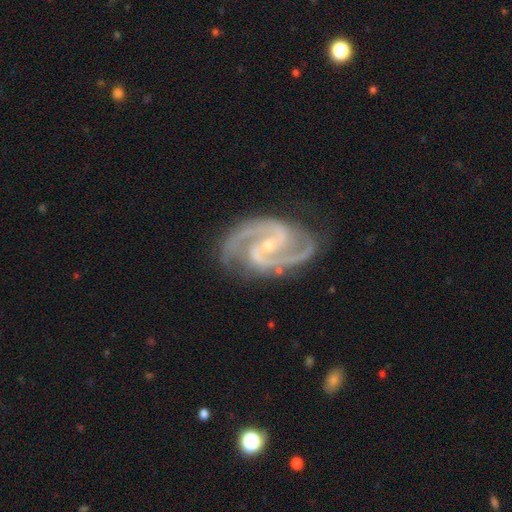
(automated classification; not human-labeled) Smooth or featured: featured or disk — 94% (star or artifact — 4%)
Edge-on disk: no — 98% (yes — 2%)
Bar: no — 41% (tied with weak — 41%)
Spiral arms: yes — 99% (no — 1%)
Spiral winding: medium — 60% (tight — 31%)
Spiral arm count: 2 — 84% (3 — 8%)
Bulge size: small — 68% (moderate — 29%)
Merging: none — 75% (minor disturbance — 17%)